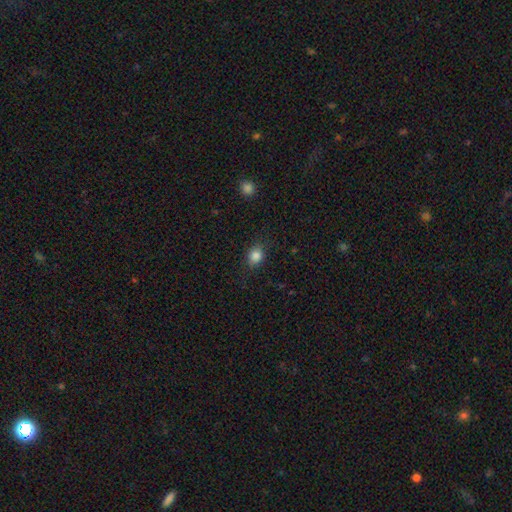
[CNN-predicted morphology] type=smooth (84%); roundness=round (63%); merging=none (82%).